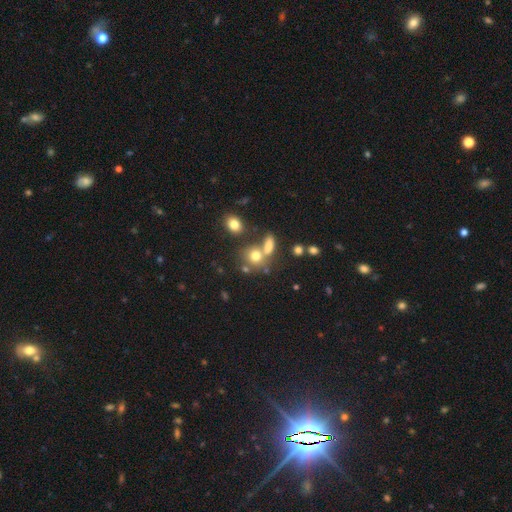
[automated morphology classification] A smooth galaxy with no disk features (72%) that is round (66%).

Vote fractions:
- Smooth or featured? smooth: 72% / star or artifact: 15% / featured or disk: 14%
- How rounded? round: 66% / in between: 31% / cigar-shaped: 3%
- Merging? none: 47% / merger: 35% / minor disturbance: 11% / major disturbance: 7%